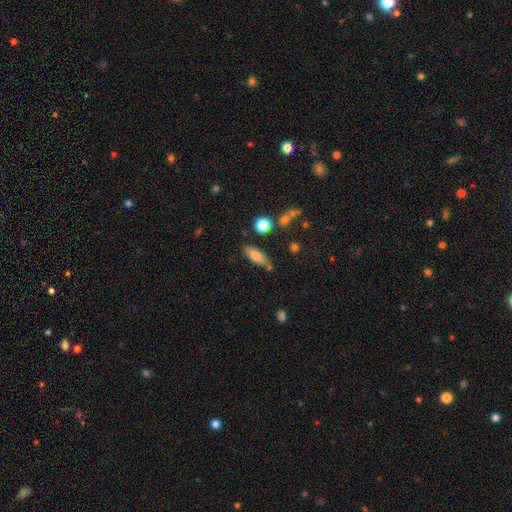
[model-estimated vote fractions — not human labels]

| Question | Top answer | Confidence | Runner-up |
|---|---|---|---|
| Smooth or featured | smooth | 74% | featured or disk (18%) |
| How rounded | in between | 54% | cigar-shaped (43%) |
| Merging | none | 71% | minor disturbance (18%) |